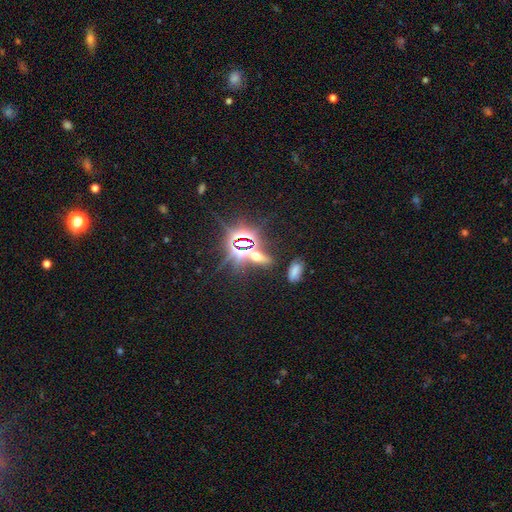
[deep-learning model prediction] Morphology: type=star or artifact (64%).